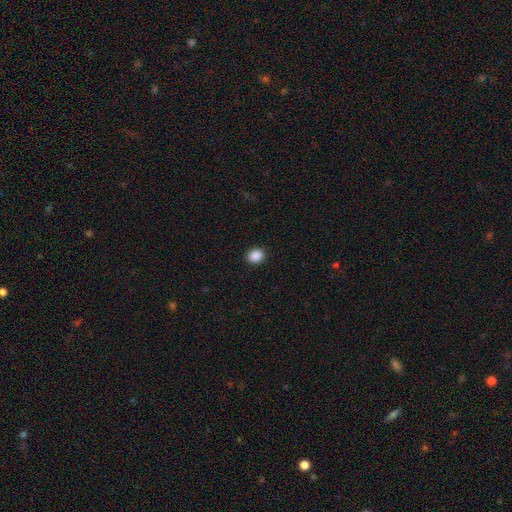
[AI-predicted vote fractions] smooth_or_featured: smooth (p=0.89) [alt: star or artifact p=0.09]
how_rounded: round (p=0.56) [alt: in between p=0.43]
merging: none (p=0.91) [alt: minor disturbance p=0.06]